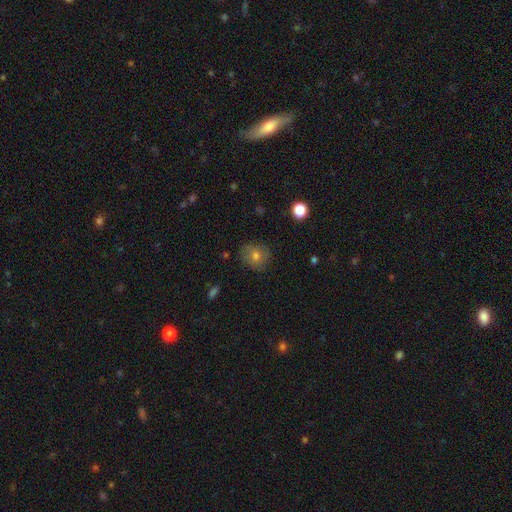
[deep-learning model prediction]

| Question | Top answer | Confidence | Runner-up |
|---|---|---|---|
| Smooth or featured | smooth | 70% | featured or disk (17%) |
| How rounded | round | 81% | in between (18%) |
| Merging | none | 82% | minor disturbance (13%) |